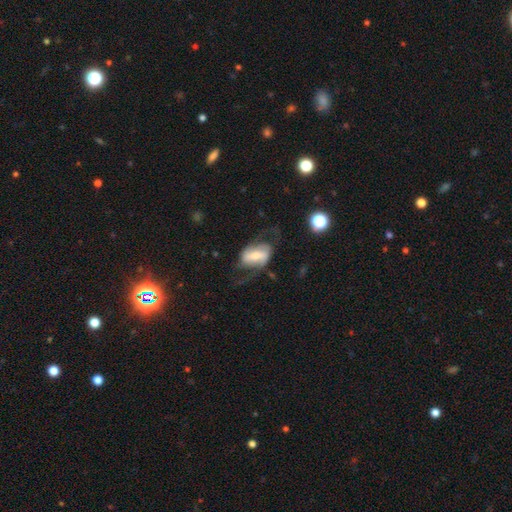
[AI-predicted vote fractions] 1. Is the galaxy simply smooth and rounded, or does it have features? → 72% featured or disk, 21% smooth, 7% star or artifact.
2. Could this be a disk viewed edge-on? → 95% no, 5% yes.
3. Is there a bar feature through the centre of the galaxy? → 48% strong, 36% weak, 16% no.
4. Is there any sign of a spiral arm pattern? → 89% yes, 11% no.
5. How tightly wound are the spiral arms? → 50% loose, 38% medium, 11% tight.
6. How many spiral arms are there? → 89% 2, 5% can't tell, 3% 1, 1% 3, 1% 4, 1% more than 4.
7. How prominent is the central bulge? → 40% moderate, 35% small, 14% large, 7% none, 4% dominant.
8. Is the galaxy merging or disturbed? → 55% none, 24% major disturbance, 19% minor disturbance, 2% merger.